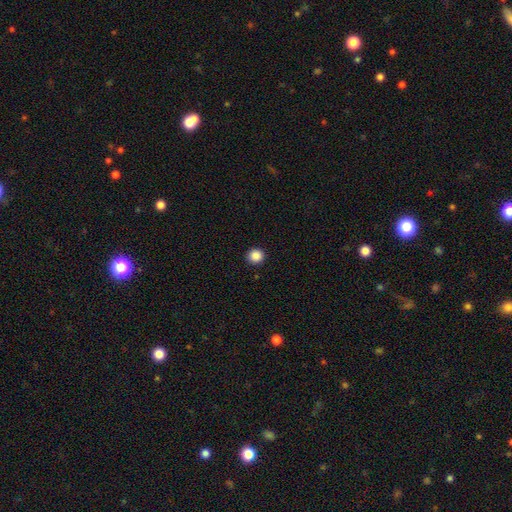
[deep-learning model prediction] A smooth galaxy with no disk features (87%) that is round (93%).

Vote fractions:
- Smooth or featured? smooth: 87% / star or artifact: 10% / featured or disk: 3%
- How rounded? round: 93% / in between: 6% / cigar-shaped: 1%
- Merging? none: 93% / minor disturbance: 5% / major disturbance: 2% / merger: 1%